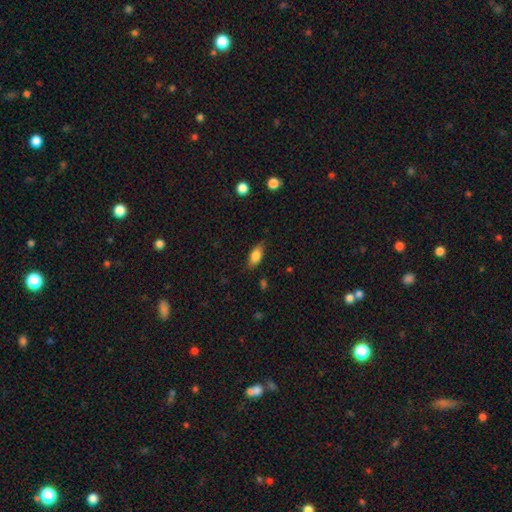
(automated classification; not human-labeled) This appears to be a smooth galaxy with no disk features (81%) that is in between round and cigar-shaped (86%). Merging: none (80%).